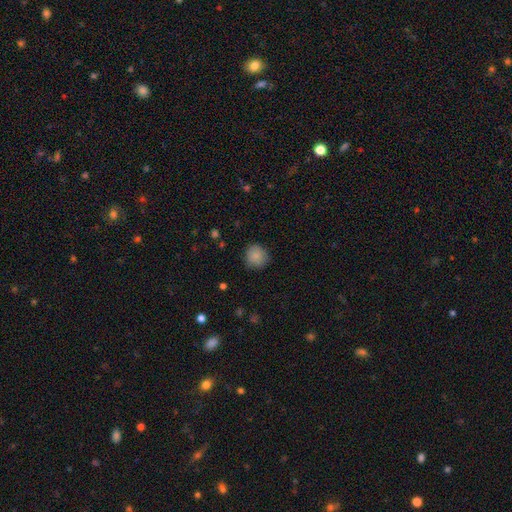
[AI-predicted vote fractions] This appears to be a smooth galaxy with no disk features (86%) that is round (90%). Merging: none (82%).